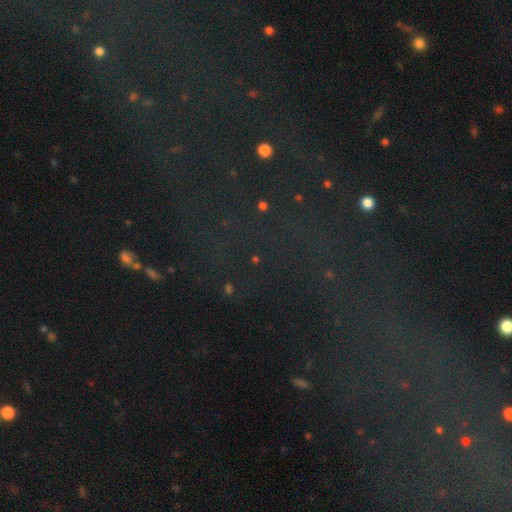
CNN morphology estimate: This is likely a star or artifact rather than a galaxy (75%).